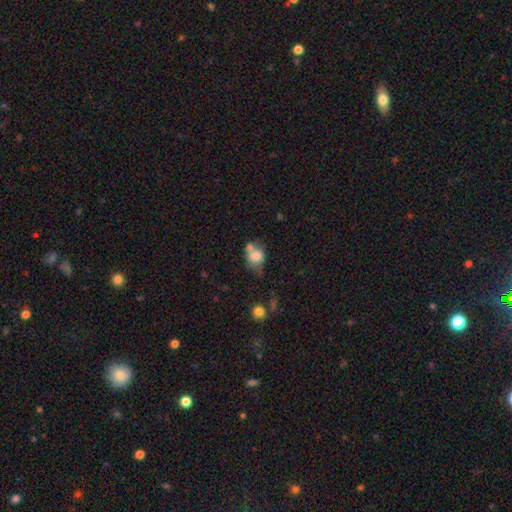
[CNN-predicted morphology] Smooth or featured? Predicted: smooth (p=0.69). How rounded? Predicted: in between (p=0.53). Merging? Predicted: merger (p=0.40).